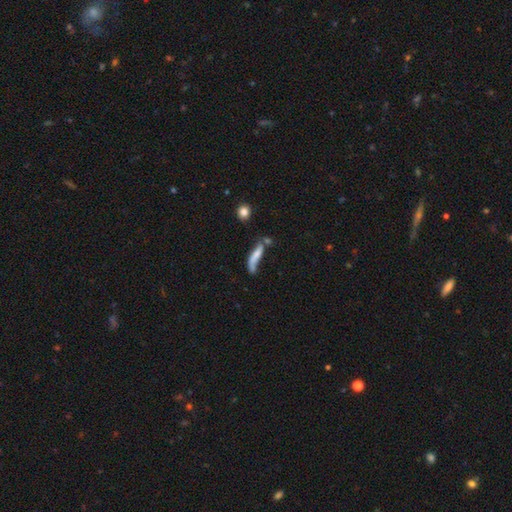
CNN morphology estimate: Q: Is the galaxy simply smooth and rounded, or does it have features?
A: smooth — 56%.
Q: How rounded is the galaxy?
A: cigar-shaped — 71%.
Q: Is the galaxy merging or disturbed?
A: none — 32%.